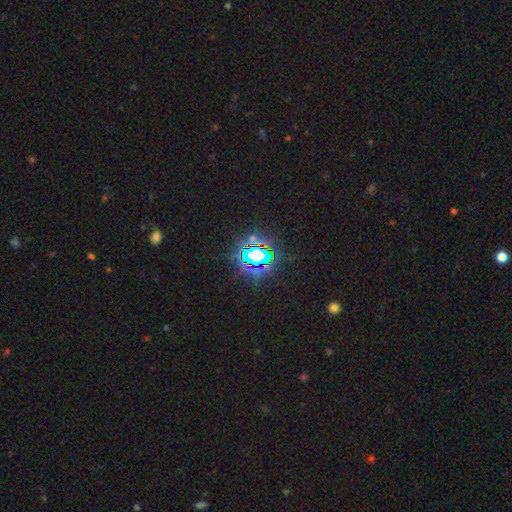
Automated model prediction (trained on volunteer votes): Smooth or featured? Predicted: star or artifact (p=0.75).